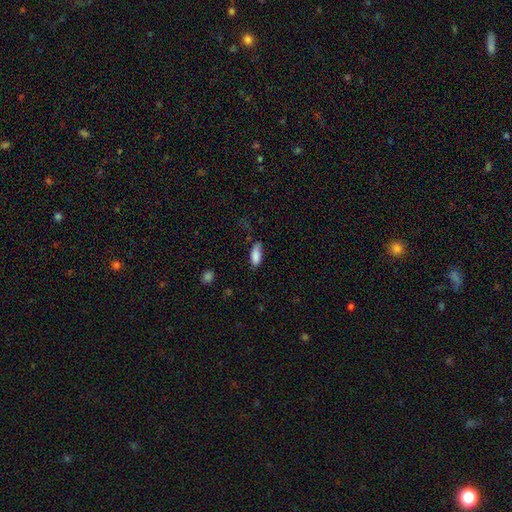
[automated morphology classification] Smooth or featured: smooth — 86% (star or artifact — 8%)
How rounded: in between — 81% (cigar-shaped — 17%)
Merging: none — 58% (minor disturbance — 31%)